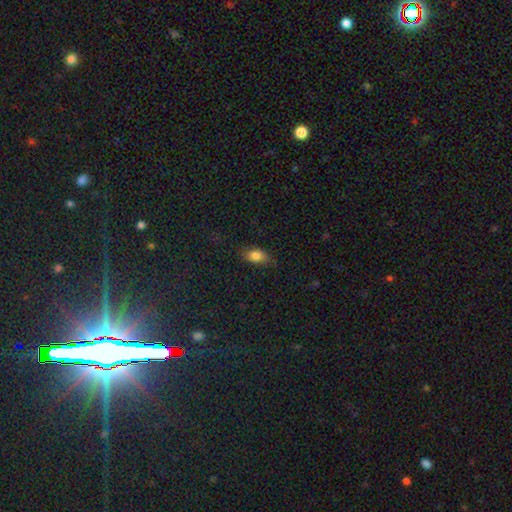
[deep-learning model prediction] A smooth galaxy with no disk features (81%) that is in between round and cigar-shaped (86%).

Vote fractions:
- Smooth or featured? smooth: 81% / featured or disk: 10% / star or artifact: 9%
- How rounded? in between: 86% / round: 9% / cigar-shaped: 5%
- Merging? none: 75% / minor disturbance: 19% / major disturbance: 4% / merger: 1%